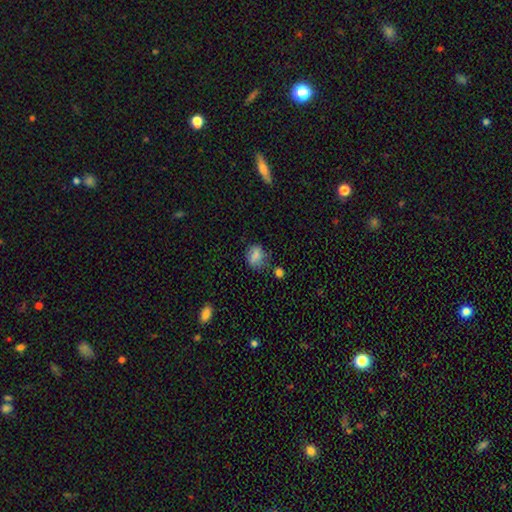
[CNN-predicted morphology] smooth 78%, featured or disk 11%, star or artifact 11%. Down the decision tree: how rounded — round (54%); merging — none (60%).